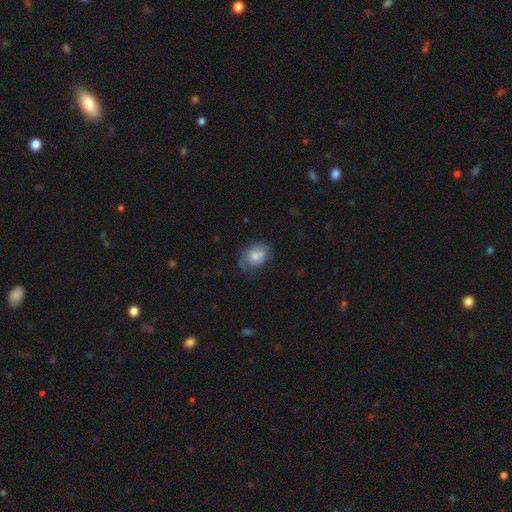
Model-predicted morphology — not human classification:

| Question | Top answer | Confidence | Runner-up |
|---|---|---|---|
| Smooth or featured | smooth | 75% | featured or disk (18%) |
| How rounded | in between | 76% | round (23%) |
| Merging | none | 57% | minor disturbance (30%) |